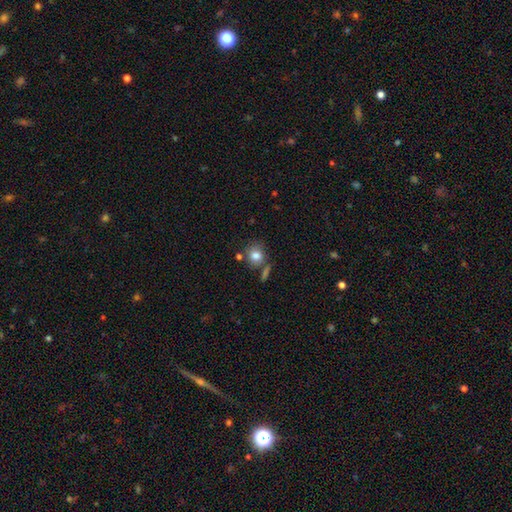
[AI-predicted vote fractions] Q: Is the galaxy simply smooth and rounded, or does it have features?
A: smooth — 81%.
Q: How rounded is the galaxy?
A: round — 77%.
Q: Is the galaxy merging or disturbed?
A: none — 65%.